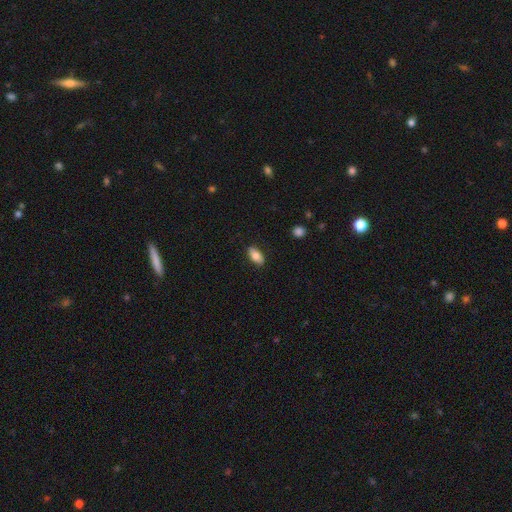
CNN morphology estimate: smooth-or-featured: smooth: 78% | featured or disk: 15% | star or artifact: 7%
  how-rounded: in between: 90% | cigar-shaped: 7% | round: 3%
  merging: none: 86% | minor disturbance: 11% | major disturbance: 2% | merger: 1%